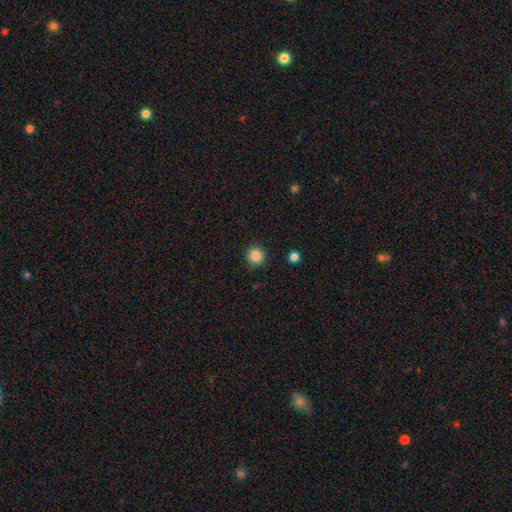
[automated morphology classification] The model was most divided on "smooth or featured": smooth: 86%, star or artifact: 11%, featured or disk: 3%. More confident: how rounded — round (94%); merging — none (90%).